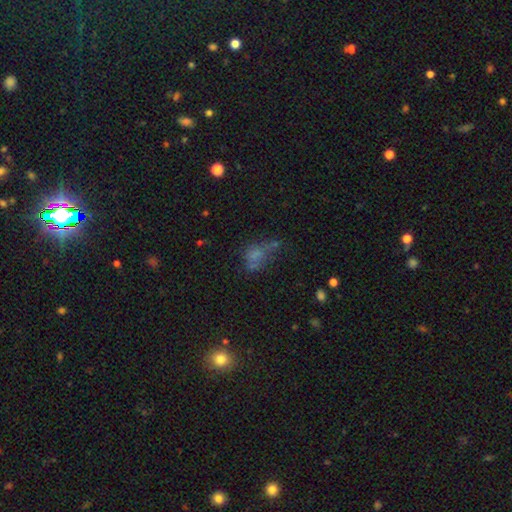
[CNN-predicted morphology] type=smooth (52%); roundness=in between (67%); merging=none (33%).